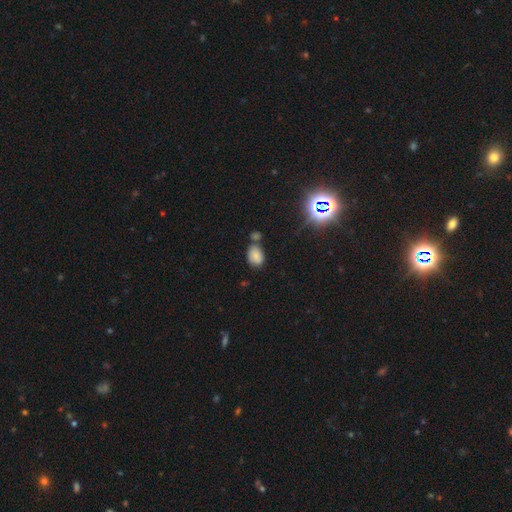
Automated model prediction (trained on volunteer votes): Smooth or featured? Predicted: smooth (p=0.75). How rounded? Predicted: in between (p=0.82). Merging? Predicted: none (p=0.55).